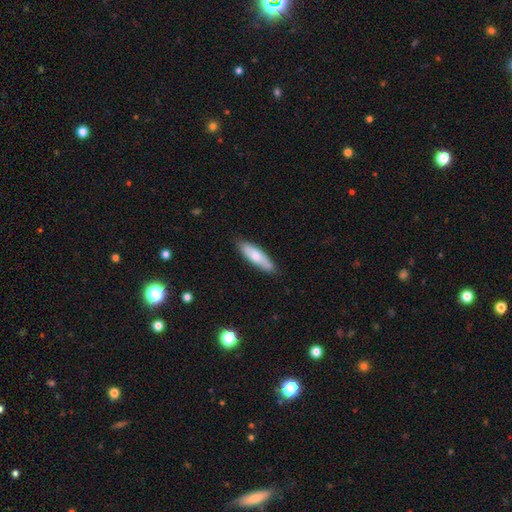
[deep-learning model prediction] Smooth or featured? smooth (74%)
How rounded? cigar-shaped (60%)
Merging? none (83%)